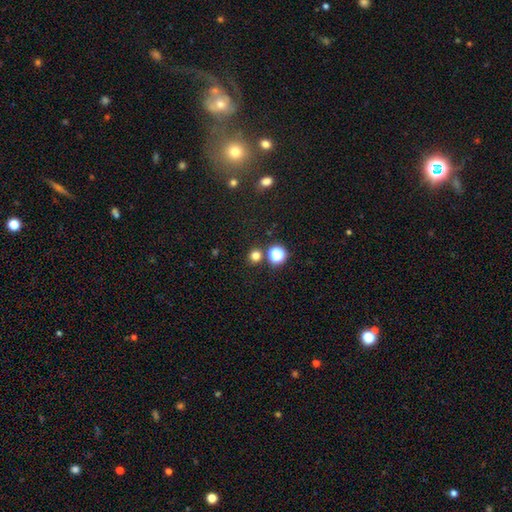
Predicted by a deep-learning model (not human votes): This is likely a smooth galaxy (75%). How rounded: clearly round (89%). Merging: clearly none (83%).